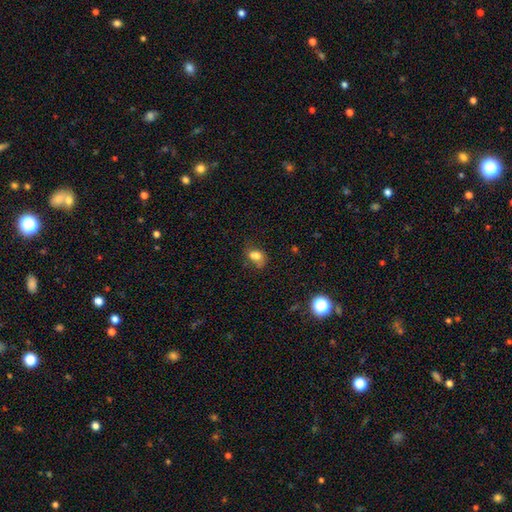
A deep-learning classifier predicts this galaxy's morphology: Smooth or featured: smooth — 74% (featured or disk — 13%)
How rounded: in between — 69% (round — 29%)
Merging: none — 43% (minor disturbance — 27%)